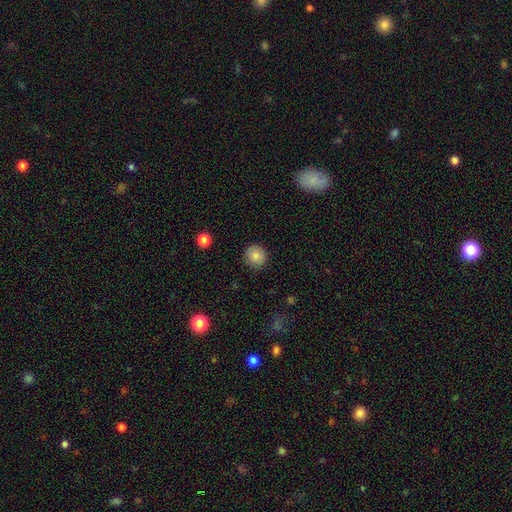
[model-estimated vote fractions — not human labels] smooth 85%, star or artifact 9%, featured or disk 6%. Down the decision tree: how rounded — round (93%); merging — none (89%).